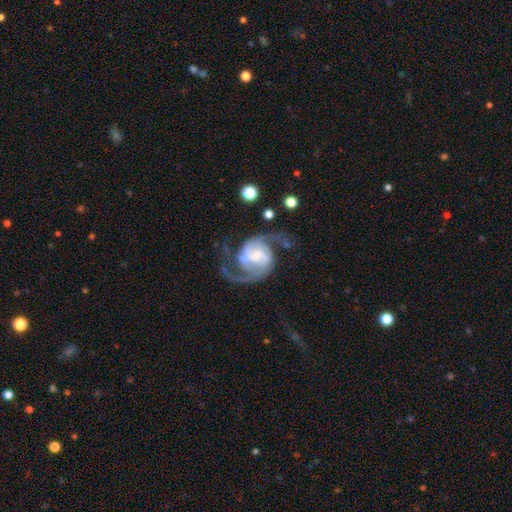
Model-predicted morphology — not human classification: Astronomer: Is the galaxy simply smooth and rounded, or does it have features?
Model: featured or disk — 91%.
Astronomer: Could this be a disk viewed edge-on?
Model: no — 98%.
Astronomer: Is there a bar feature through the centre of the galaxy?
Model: weak — 43% (runner-up: no, 42%).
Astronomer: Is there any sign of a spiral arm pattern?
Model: yes — 98%.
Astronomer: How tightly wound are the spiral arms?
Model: medium — 55%.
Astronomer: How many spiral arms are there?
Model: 2 — 88%.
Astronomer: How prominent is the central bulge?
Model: small — 35% (runner-up: moderate, 27%).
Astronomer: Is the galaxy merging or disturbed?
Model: none — 65%.